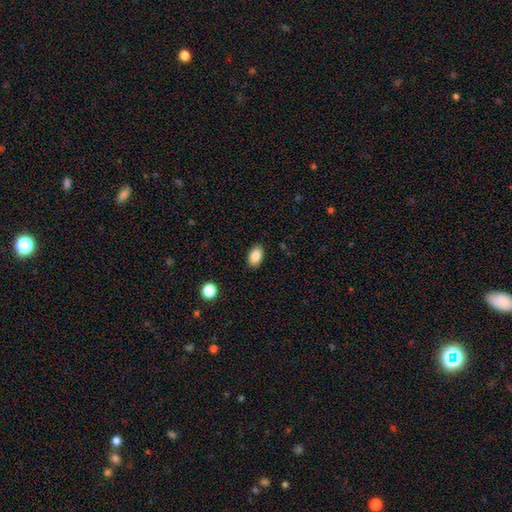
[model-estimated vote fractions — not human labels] Smooth or featured? Predicted: smooth (p=0.87). How rounded? Predicted: in between (p=0.89). Merging? Predicted: none (p=0.88).